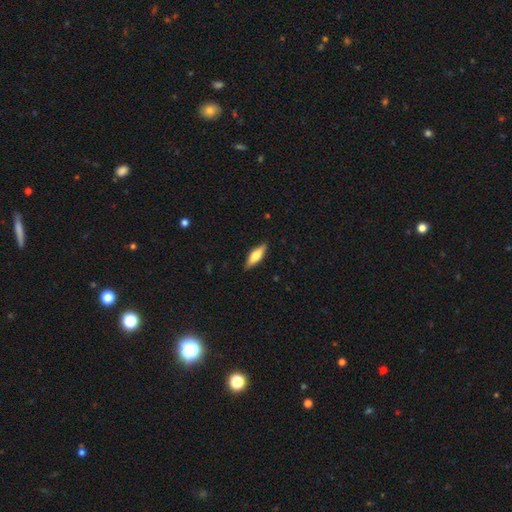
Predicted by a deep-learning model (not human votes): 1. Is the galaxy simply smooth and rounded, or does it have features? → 63% smooth, 31% featured or disk, 6% star or artifact.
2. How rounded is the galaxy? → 54% in between, 44% cigar-shaped, 2% round.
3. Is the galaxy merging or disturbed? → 88% none, 9% minor disturbance, 2% major disturbance, 1% merger.